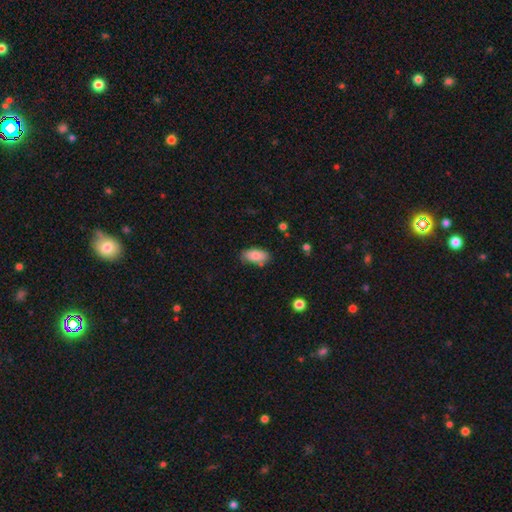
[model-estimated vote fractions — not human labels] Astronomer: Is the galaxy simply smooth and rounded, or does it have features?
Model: smooth — 84%.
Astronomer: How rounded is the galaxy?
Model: in between — 92%.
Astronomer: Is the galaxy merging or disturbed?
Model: none — 75%.